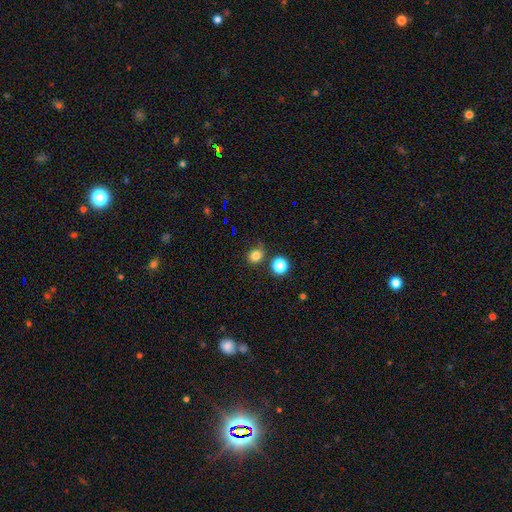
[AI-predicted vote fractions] This appears to be a smooth galaxy with no disk features (80%) that is round (70%). Merging: none (77%).